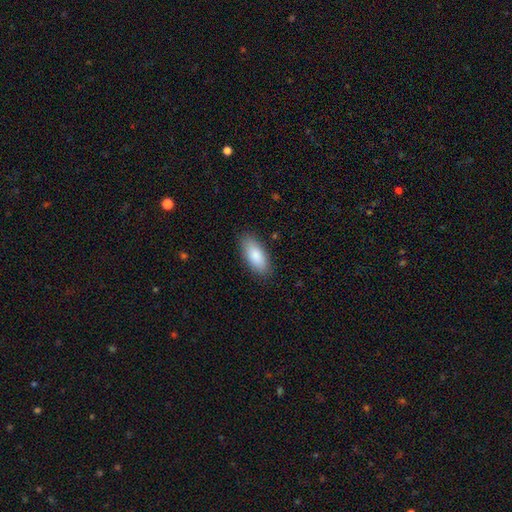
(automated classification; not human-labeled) The model was most divided on "how rounded": in between: 84%, cigar-shaped: 14%, round: 2%. More confident: smooth or featured — smooth (87%); merging — none (86%).